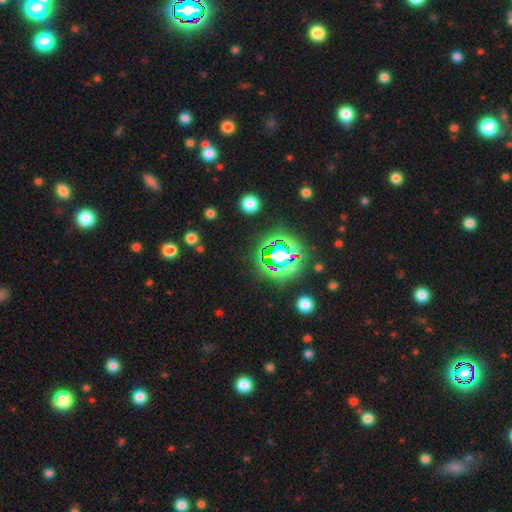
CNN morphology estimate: smooth-or-featured: star or artifact: 78% | smooth: 15% | featured or disk: 7%